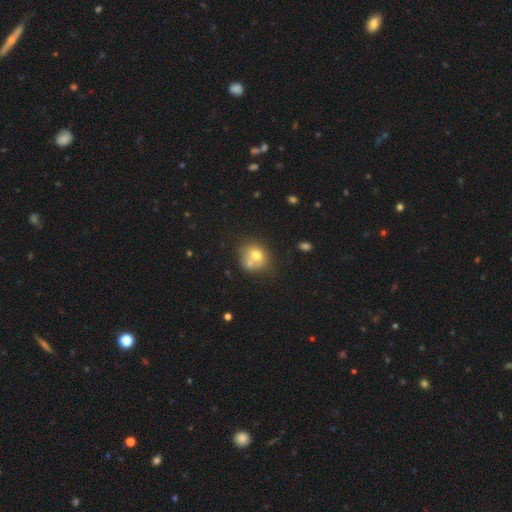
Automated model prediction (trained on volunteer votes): smooth_or_featured: smooth (p=0.67) [alt: featured or disk p=0.22]
how_rounded: round (p=0.77) [alt: in between p=0.22]
merging: none (p=0.40) [alt: merger p=0.39]